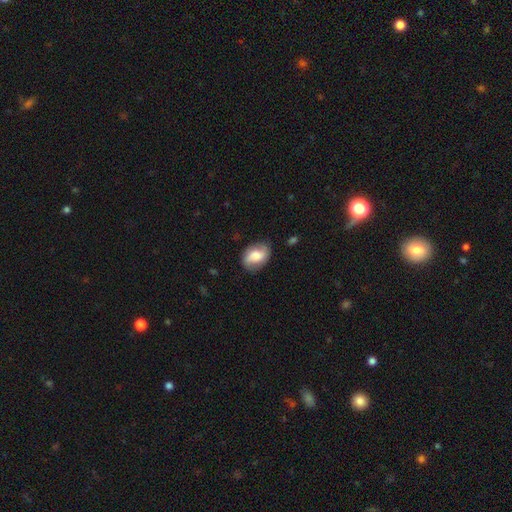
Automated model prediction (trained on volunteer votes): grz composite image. It shows a smooth galaxy with no disk features (61%) that is in between round and cigar-shaped (79%). Merging: none (73%).